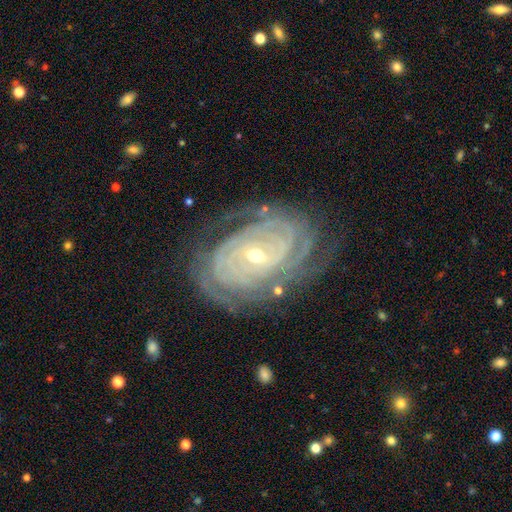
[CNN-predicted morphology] smooth_or_featured: featured or disk (p=0.90) [alt: star or artifact p=0.06]
disk_edge_on: no (p=0.96) [alt: yes p=0.04]
bar: no (p=0.57) [alt: weak p=0.28]
has_spiral_arms: yes (p=0.97) [alt: no p=0.03]
spiral_winding: tight (p=0.85) [alt: medium p=0.13]
spiral_arm_count: can't tell (p=0.27) [alt: 4 p=0.19]
bulge_size: small (p=0.60) [alt: moderate p=0.37]
merging: none (p=0.76) [alt: minor disturbance p=0.16]